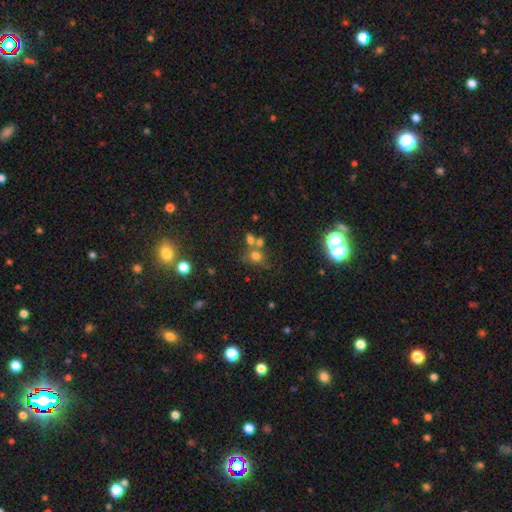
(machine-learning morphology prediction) Smooth or featured?
  - smooth: 65% *
  - star or artifact: 22%
  - featured or disk: 13%
How rounded?
  - round: 69% *
  - in between: 29%
  - cigar-shaped: 1%
Merging?
  - none: 50% *
  - merger: 32%
  - minor disturbance: 12%
  - major disturbance: 7%